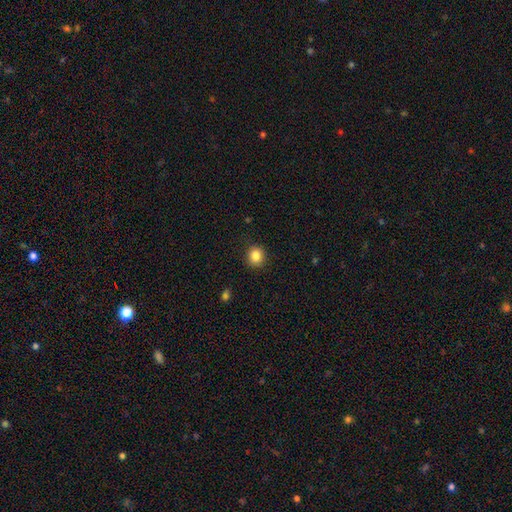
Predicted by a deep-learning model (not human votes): Smooth or featured? Predicted: smooth (p=0.85). How rounded? Predicted: round (p=0.80). Merging? Predicted: none (p=0.89).